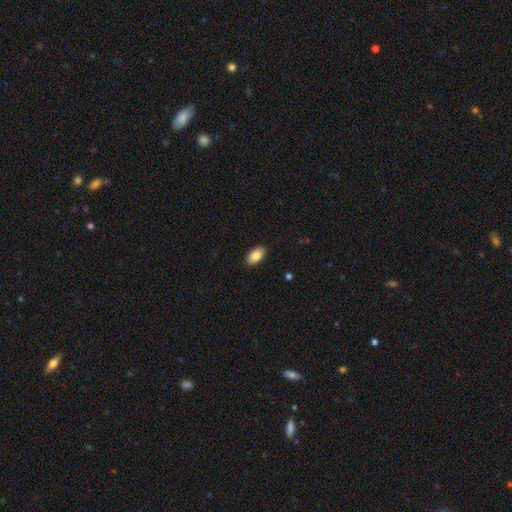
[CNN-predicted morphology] This is clearly a smooth galaxy (86%). How rounded: clearly in between (94%). Merging: clearly none (89%).